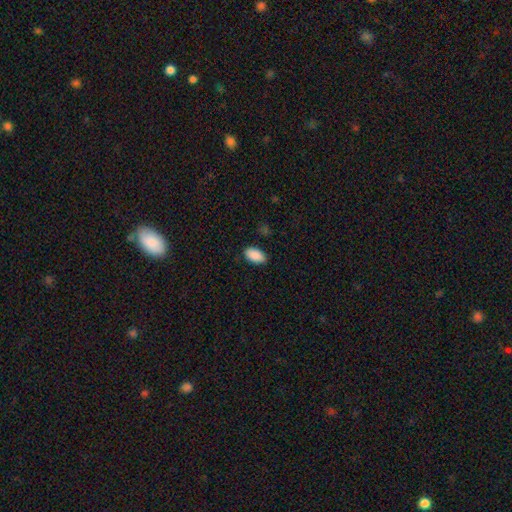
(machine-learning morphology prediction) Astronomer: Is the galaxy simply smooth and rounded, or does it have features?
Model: smooth — 90%.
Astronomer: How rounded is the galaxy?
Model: in between — 94%.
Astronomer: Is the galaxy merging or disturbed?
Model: none — 86%.